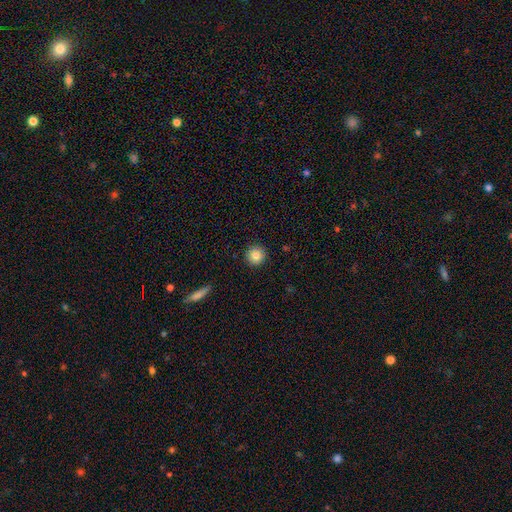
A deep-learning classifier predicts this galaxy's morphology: Smooth or featured? Predicted: smooth (p=0.84). How rounded? Predicted: round (p=0.95). Merging? Predicted: none (p=0.92).